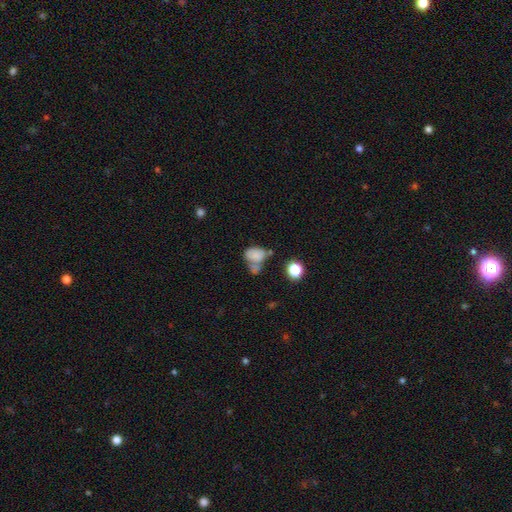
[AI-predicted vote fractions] smooth_or_featured: smooth (p=0.73) [alt: featured or disk p=0.15]
how_rounded: in between (p=0.72) [alt: round p=0.26]
merging: merger (p=0.43) [alt: none p=0.26]